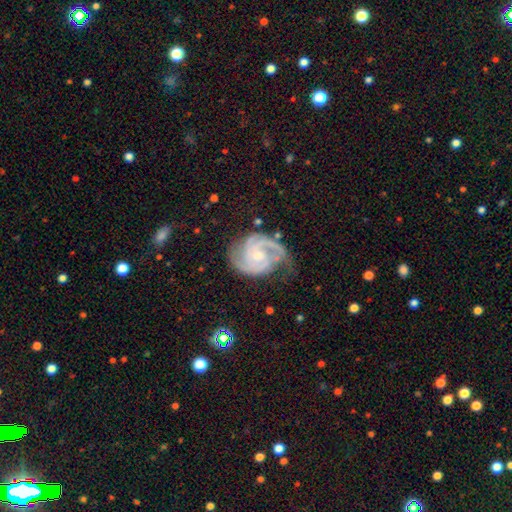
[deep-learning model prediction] A featured or disk galaxy (91%) with no bar (62%), 2 (59%) tight (53%) spiral arms (98%) and a small central bulge (61%).

Vote fractions:
- Smooth or featured? featured or disk: 91% / smooth: 4% / star or artifact: 4%
- Edge-on disk? no: 98% / yes: 2%
- Bar? no: 62% / weak: 31% / strong: 7%
- Spiral arms? yes: 98% / no: 2%
- Spiral winding? tight: 53% / medium: 41% / loose: 6%
- Spiral arm count? 2: 59% / 3: 24% / can't tell: 7% / 4: 4% / 1: 3% / more than 4: 3%
- Bulge size? small: 61% / moderate: 34% / none: 3% / large: 1% / dominant: 1%
- Merging? none: 62% / minor disturbance: 24% / major disturbance: 12% / merger: 2%